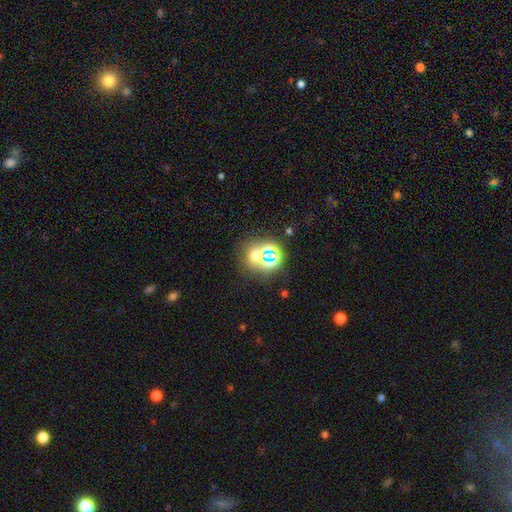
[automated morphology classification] A star or artifact, not a galaxy (47%).

Vote fractions:
- Smooth or featured? star or artifact: 47% / smooth: 43% / featured or disk: 10%